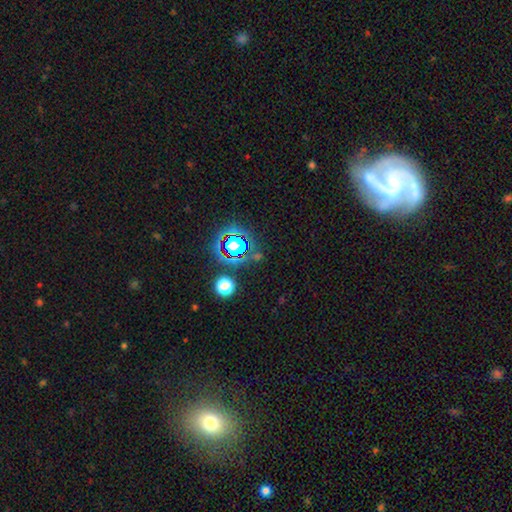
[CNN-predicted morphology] Smooth or featured: star or artifact — 70% (smooth — 19%)